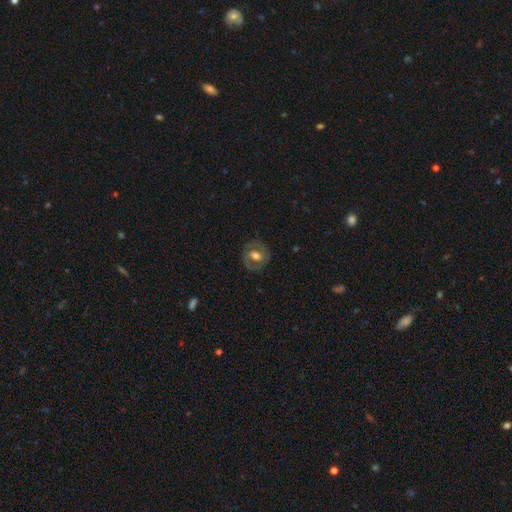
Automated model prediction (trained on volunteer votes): Smooth or featured: featured or disk — 62% (smooth — 31%)
Edge-on disk: no — 96% (yes — 4%)
Bar: weak — 43% (no — 34%)
Spiral arms: yes — 65% (no — 35%)
Bulge size: moderate — 63% (large — 24%)
Merging: none — 80% (minor disturbance — 13%)